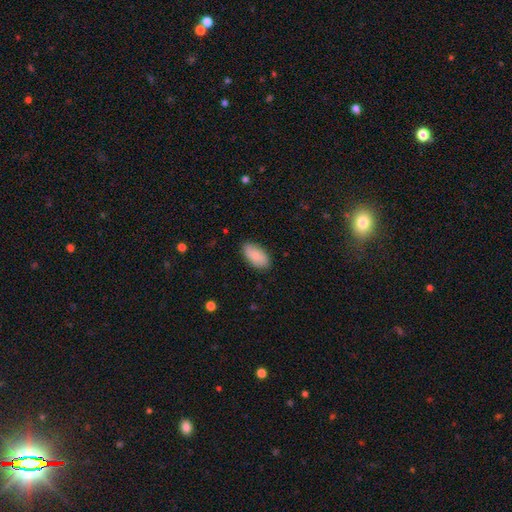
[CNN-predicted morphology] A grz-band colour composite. It shows a smooth galaxy with no disk features (84%) that is in between round and cigar-shaped (94%). Merging: none (85%).